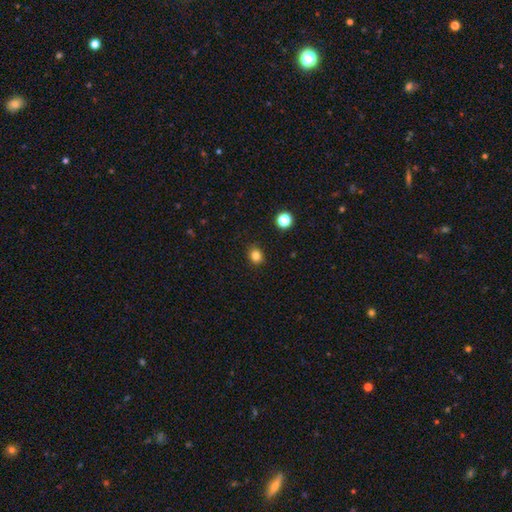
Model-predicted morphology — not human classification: This is clearly a smooth galaxy (83%). How rounded: likely round (75%). Merging: clearly none (89%).